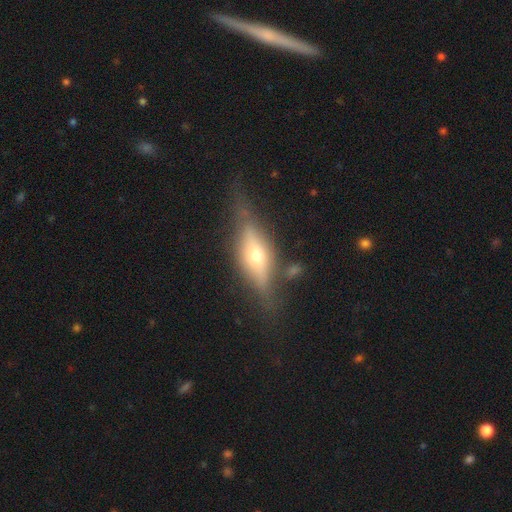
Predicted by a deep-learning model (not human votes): Smooth or featured?
  - featured or disk: 72% *
  - smooth: 20%
  - star or artifact: 7%
Edge-on disk?
  - yes: 91% *
  - no: 9%
Edge-on bulge?
  - rounded: 88% *
  - boxy: 9%
  - none: 3%
Merging?
  - none: 75% *
  - minor disturbance: 16%
  - major disturbance: 6%
  - merger: 3%